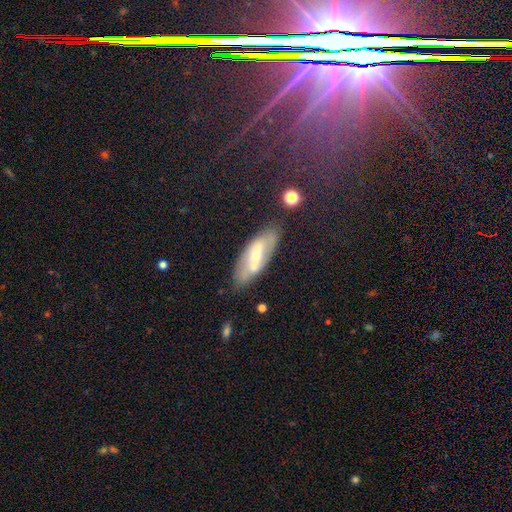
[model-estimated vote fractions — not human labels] Q: Smooth or featured?
A: featured or disk (59%); runner-up: smooth (34%)
Q: Edge-on disk?
A: no (78%); runner-up: yes (22%)
Q: Merging?
A: none (74%); runner-up: minor disturbance (17%)